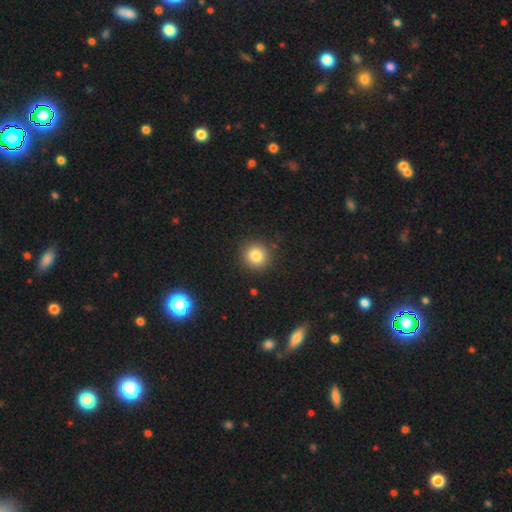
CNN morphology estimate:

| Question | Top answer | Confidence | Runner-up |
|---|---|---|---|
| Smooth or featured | smooth | 82% | star or artifact (12%) |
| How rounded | round | 91% | in between (8%) |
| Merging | none | 89% | minor disturbance (7%) |